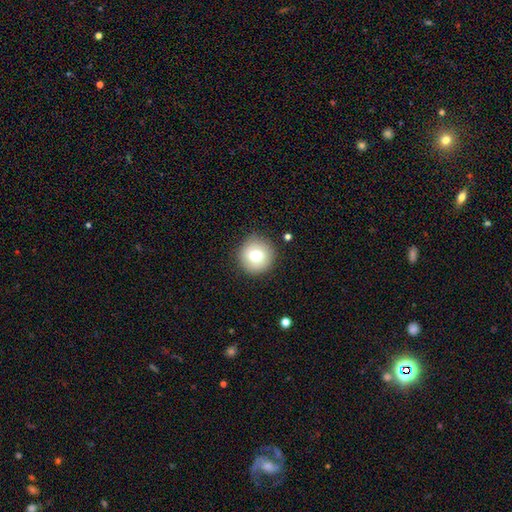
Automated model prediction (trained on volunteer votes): A smooth galaxy with no disk features (74%) that is round (95%). Merging: none (88%).